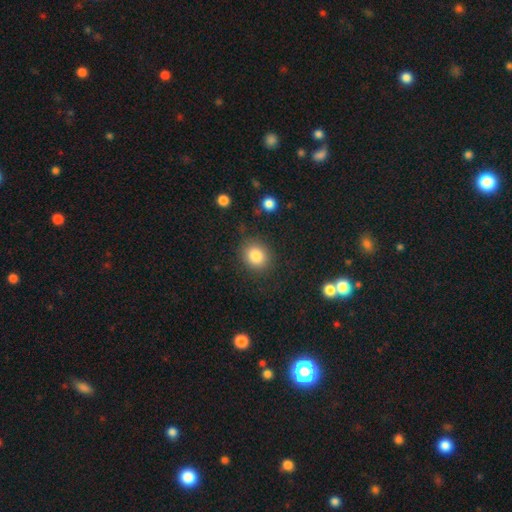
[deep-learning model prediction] Smooth or featured? smooth (84%)
How rounded? round (72%)
Merging? none (84%)